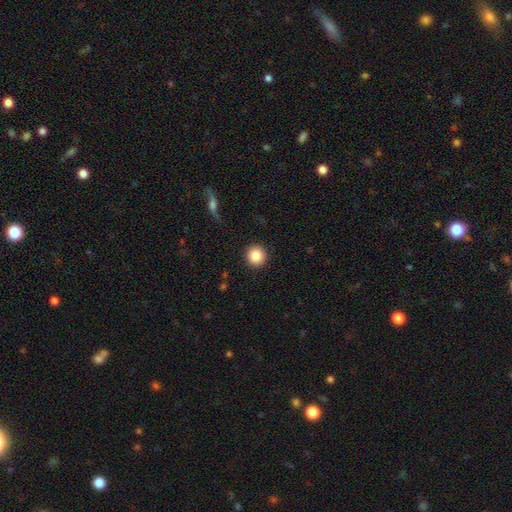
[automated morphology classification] smooth 86%, star or artifact 9%, featured or disk 6%. Down the decision tree: how rounded — round (94%); merging — none (92%).